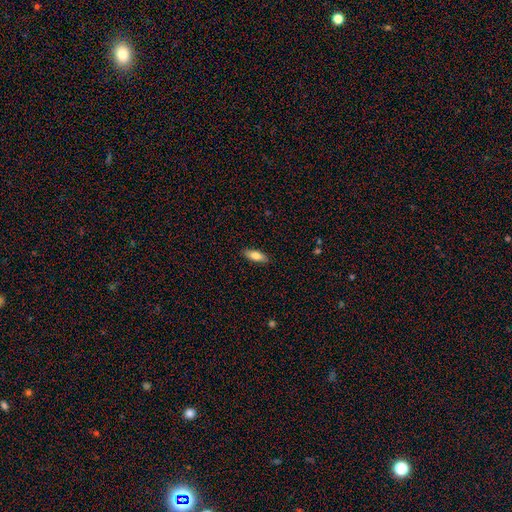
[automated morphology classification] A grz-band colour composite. It shows a smooth galaxy with no disk features (80%) that is in between round and cigar-shaped (74%). Merging: none (88%).